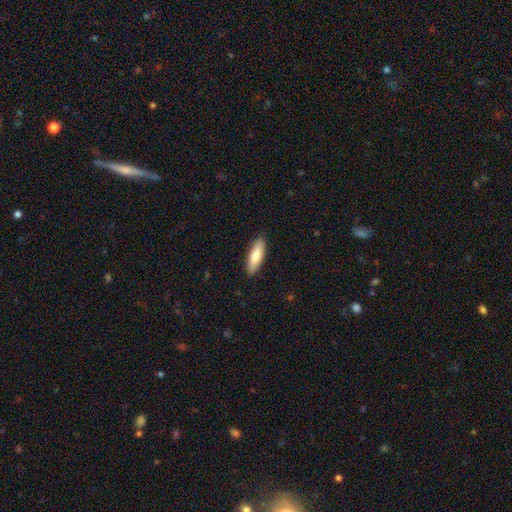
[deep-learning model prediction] smooth_or_featured: smooth (p=0.77) [alt: featured or disk p=0.18]
how_rounded: in between (p=0.51) [alt: cigar-shaped p=0.48]
merging: none (p=0.89) [alt: minor disturbance p=0.09]